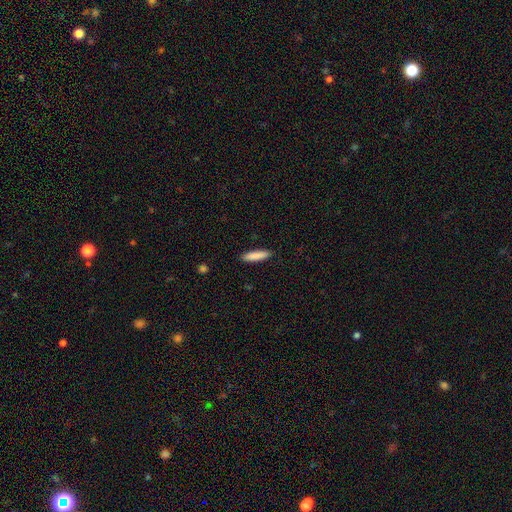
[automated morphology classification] smooth 87%, featured or disk 8%, star or artifact 6%. Down the decision tree: how rounded — cigar-shaped (83%); merging — none (91%).